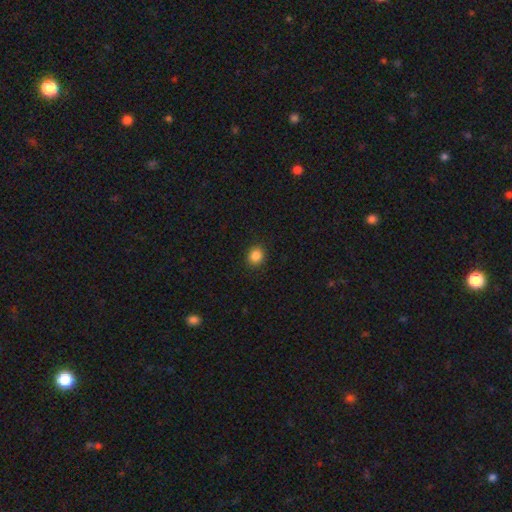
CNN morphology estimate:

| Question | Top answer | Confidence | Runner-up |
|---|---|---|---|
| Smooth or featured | smooth | 86% | star or artifact (11%) |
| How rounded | round | 78% | in between (21%) |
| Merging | none | 90% | minor disturbance (7%) |